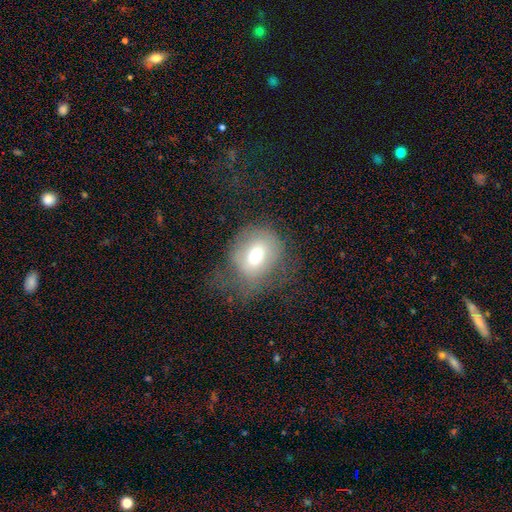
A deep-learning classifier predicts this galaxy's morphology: Overall: smooth (63%; featured or disk 25%). How rounded: round (64%; in between 35%). Merging: none (42%; major disturbance 31%).